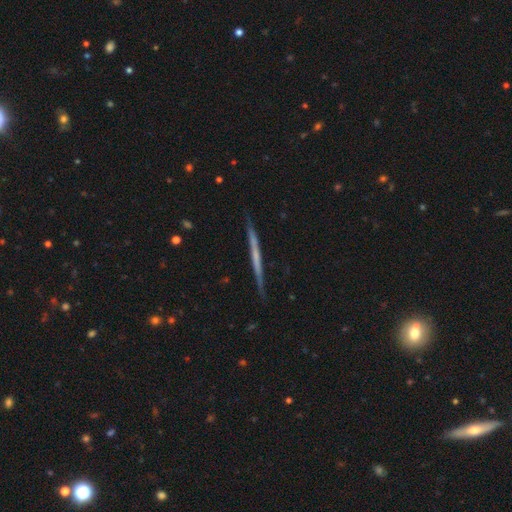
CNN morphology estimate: Smooth or featured? Predicted: featured or disk (p=0.58). Edge-on disk? Predicted: yes (p=0.97). Edge-on bulge? Predicted: none (p=0.87). Merging? Predicted: none (p=0.88).